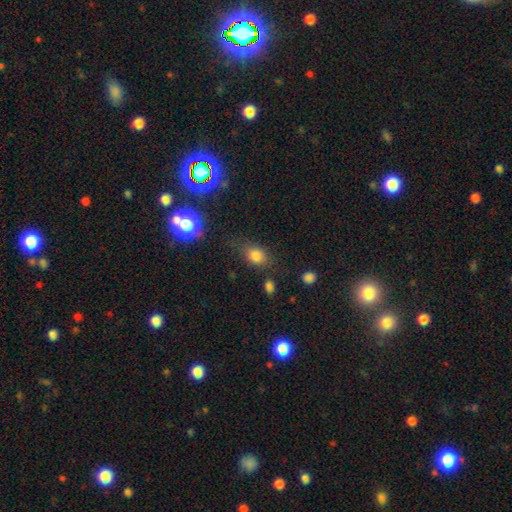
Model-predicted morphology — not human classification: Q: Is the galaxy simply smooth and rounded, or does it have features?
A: smooth — 78%.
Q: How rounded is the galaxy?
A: in between — 67%.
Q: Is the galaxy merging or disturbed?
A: none — 68%.